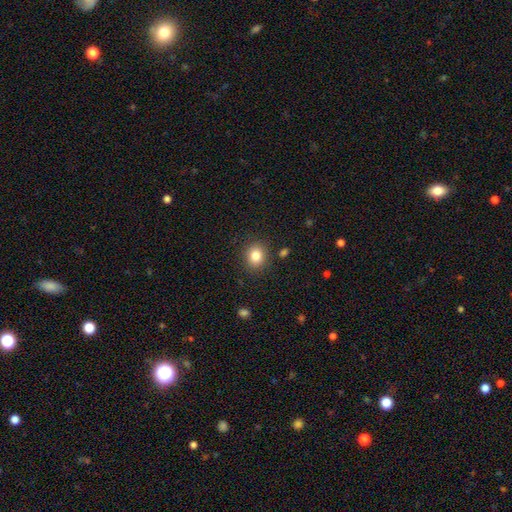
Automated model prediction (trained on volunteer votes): This is clearly a smooth galaxy (83%). How rounded: likely round (71%). Merging: clearly none (87%).